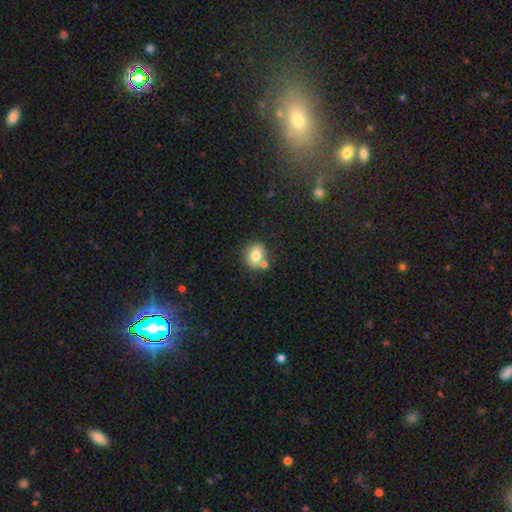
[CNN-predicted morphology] The model was most divided on "how rounded": round: 57%, in between: 42%, cigar-shaped: 1%. More confident: smooth or featured — smooth (76%); merging — none (65%).